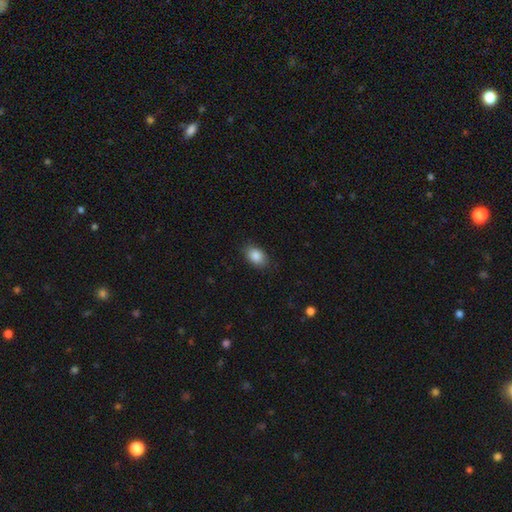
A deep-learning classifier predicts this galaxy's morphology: smooth-or-featured: smooth: 87% | star or artifact: 8% | featured or disk: 6%
  how-rounded: in between: 85% | round: 14% | cigar-shaped: 1%
  merging: none: 86% | minor disturbance: 10% | major disturbance: 3% | merger: 1%